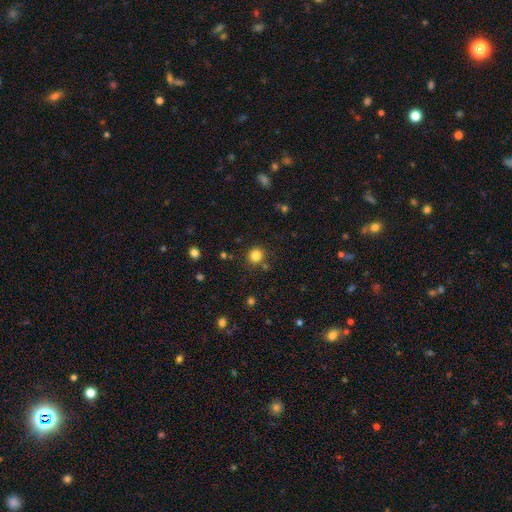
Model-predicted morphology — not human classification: Q: Smooth or featured?
A: smooth (82%); runner-up: star or artifact (13%)
Q: How rounded?
A: round (92%); runner-up: in between (7%)
Q: Merging?
A: none (84%); runner-up: minor disturbance (8%)